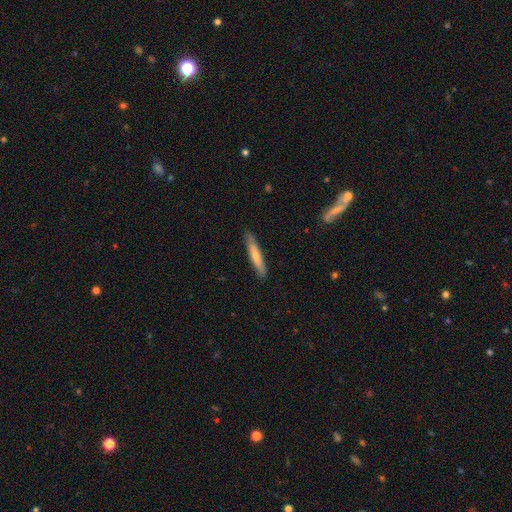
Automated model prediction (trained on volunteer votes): This appears to be a smooth galaxy with no disk features (67%) that is cigar-shaped (91%). Merging: none (87%).